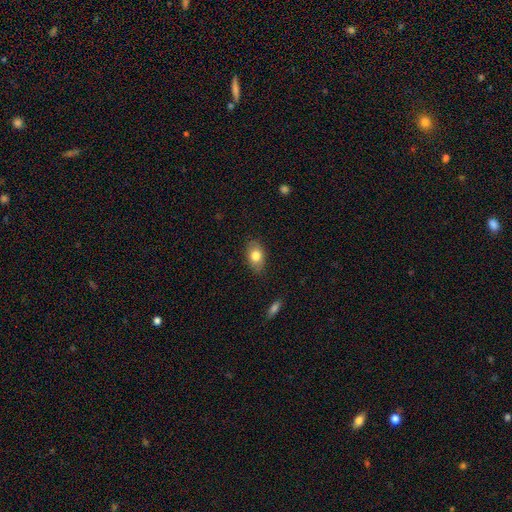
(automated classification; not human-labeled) Smooth or featured? Predicted: smooth (p=0.79). How rounded? Predicted: in between (p=0.85). Merging? Predicted: none (p=0.82).